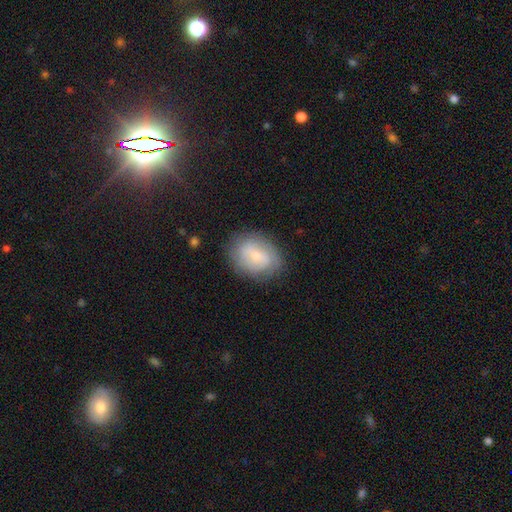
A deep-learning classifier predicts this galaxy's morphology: Q: Smooth or featured?
A: smooth (47%); runner-up: featured or disk (45%)
Q: Merging?
A: none (76%); runner-up: minor disturbance (16%)